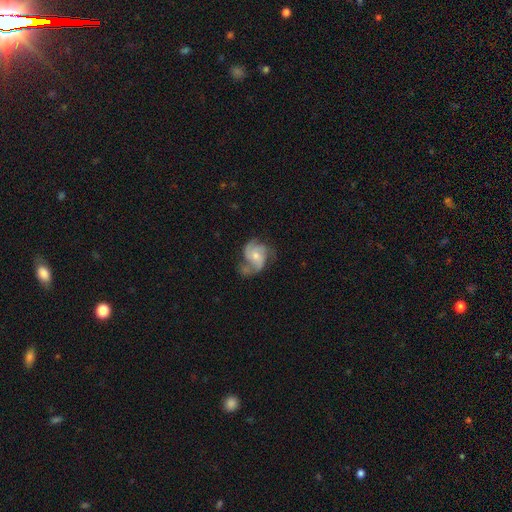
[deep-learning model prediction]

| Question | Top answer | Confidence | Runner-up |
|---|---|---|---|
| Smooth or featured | featured or disk | 79% | smooth (15%) |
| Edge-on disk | no | 98% | yes (2%) |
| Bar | no | 69% | weak (26%) |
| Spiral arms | yes | 94% | no (6%) |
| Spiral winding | medium | 51% | tight (28%) |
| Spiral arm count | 3 | 57% | 2 (22%) |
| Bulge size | moderate | 50% | small (43%) |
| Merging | none | 52% | minor disturbance (24%) |